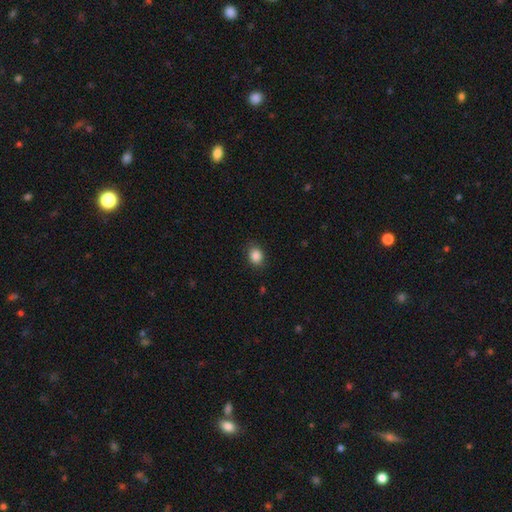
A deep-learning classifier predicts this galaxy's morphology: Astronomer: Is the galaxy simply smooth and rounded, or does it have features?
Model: smooth — 87%.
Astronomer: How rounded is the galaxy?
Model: round — 50% (runner-up: in between, 49%).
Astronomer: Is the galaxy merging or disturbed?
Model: none — 85%.